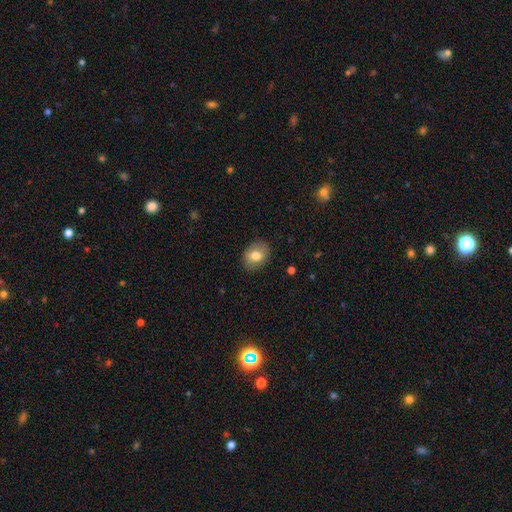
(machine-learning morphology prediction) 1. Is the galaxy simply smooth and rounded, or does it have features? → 76% smooth, 16% featured or disk, 8% star or artifact.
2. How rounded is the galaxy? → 60% in between, 39% round, 1% cigar-shaped.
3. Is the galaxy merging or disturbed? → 87% none, 10% minor disturbance, 2% major disturbance, 1% merger.